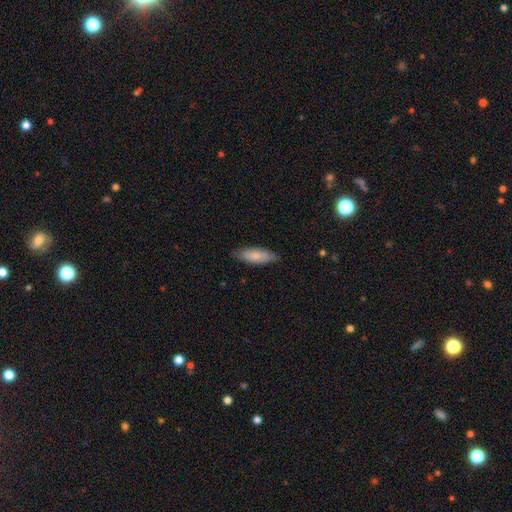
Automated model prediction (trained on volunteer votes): Smooth or featured?
  - smooth: 78% *
  - featured or disk: 17%
  - star or artifact: 5%
How rounded?
  - in between: 63% *
  - cigar-shaped: 35%
  - round: 2%
Merging?
  - none: 82% *
  - minor disturbance: 15%
  - major disturbance: 2%
  - merger: 1%